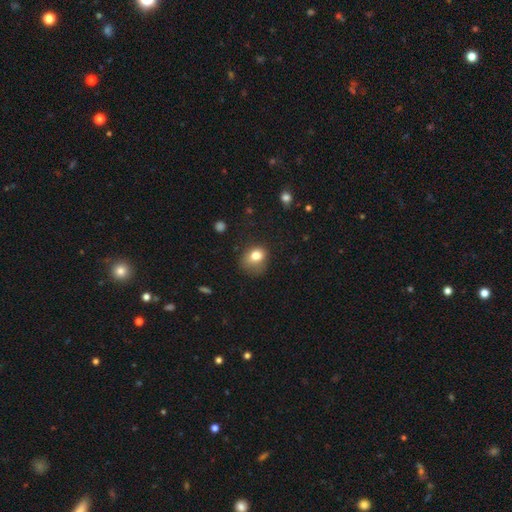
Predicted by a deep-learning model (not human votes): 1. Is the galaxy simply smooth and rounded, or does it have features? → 78% smooth, 11% featured or disk, 11% star or artifact.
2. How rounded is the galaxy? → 51% round, 48% in between, 1% cigar-shaped.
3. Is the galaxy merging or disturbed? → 47% none, 32% minor disturbance, 18% major disturbance, 2% merger.